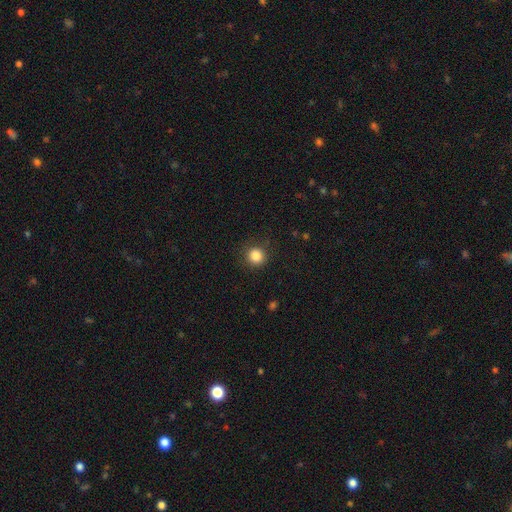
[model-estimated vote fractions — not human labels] smooth_or_featured: smooth (p=0.85) [alt: star or artifact p=0.11]
how_rounded: round (p=0.92) [alt: in between p=0.07]
merging: none (p=0.88) [alt: minor disturbance p=0.08]